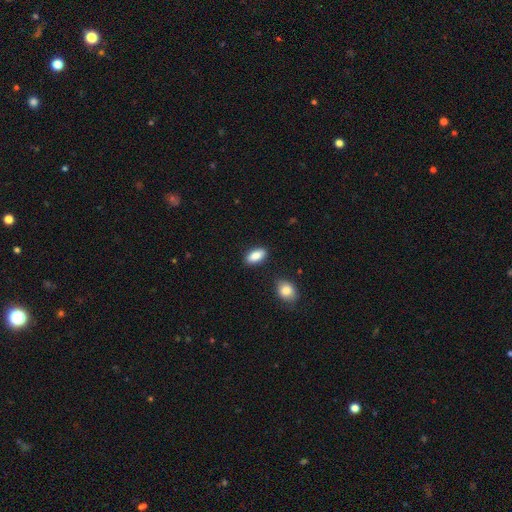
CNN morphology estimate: Smooth or featured? Predicted: smooth (p=0.87). How rounded? Predicted: in between (p=0.88). Merging? Predicted: none (p=0.86).